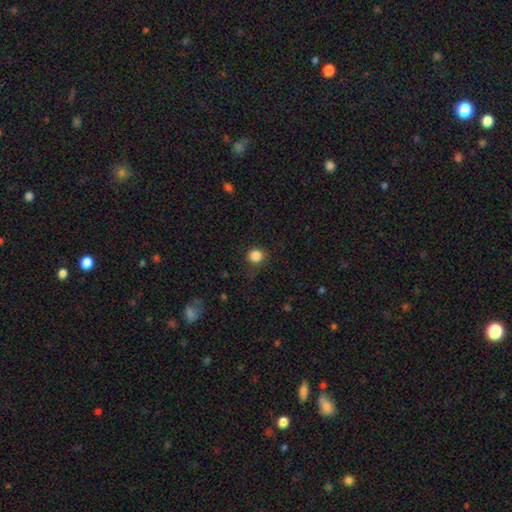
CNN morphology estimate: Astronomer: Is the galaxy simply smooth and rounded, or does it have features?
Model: smooth — 86%.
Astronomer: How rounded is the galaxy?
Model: round — 91%.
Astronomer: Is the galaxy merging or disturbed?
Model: none — 84%.